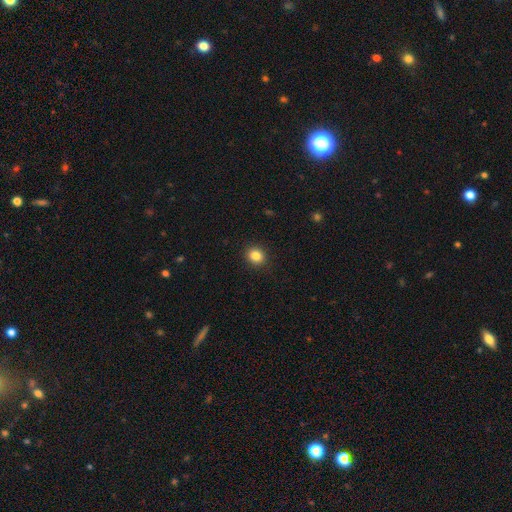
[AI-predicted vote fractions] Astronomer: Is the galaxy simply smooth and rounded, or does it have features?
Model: smooth — 85%.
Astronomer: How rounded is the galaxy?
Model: round — 76%.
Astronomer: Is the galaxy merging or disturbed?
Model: none — 91%.